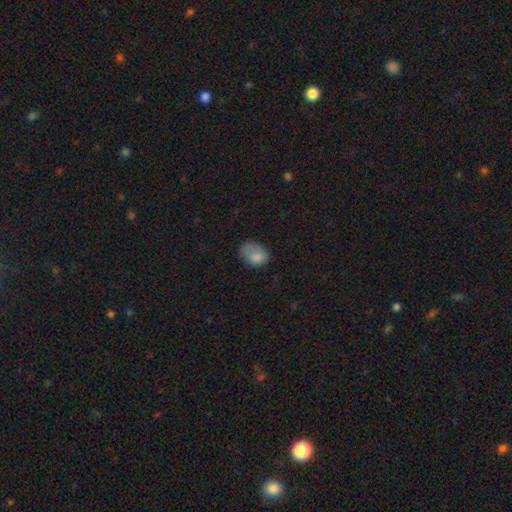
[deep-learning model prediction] Smooth or featured? Predicted: smooth (p=0.80). How rounded? Predicted: in between (p=0.74). Merging? Predicted: none (p=0.45).